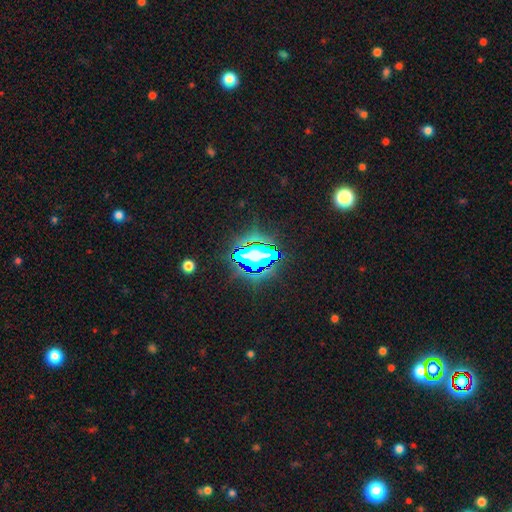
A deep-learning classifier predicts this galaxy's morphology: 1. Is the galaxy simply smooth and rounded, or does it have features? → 64% star or artifact, 23% smooth, 12% featured or disk.